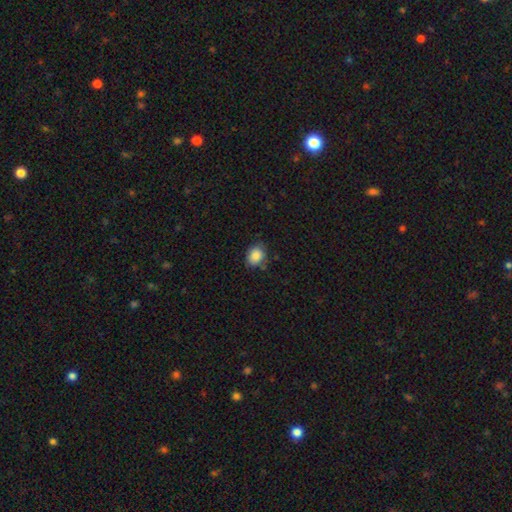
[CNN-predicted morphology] smooth 86%, star or artifact 9%, featured or disk 6%. Down the decision tree: how rounded — in between (53%); merging — none (75%).